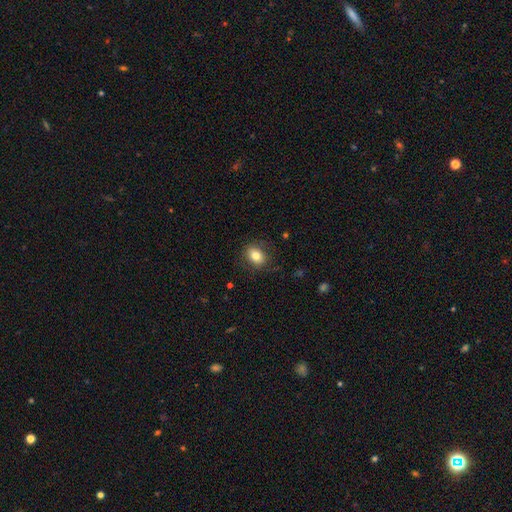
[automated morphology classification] Smooth or featured: smooth — 80% (featured or disk — 10%)
How rounded: in between — 58% (round — 41%)
Merging: none — 83% (minor disturbance — 12%)